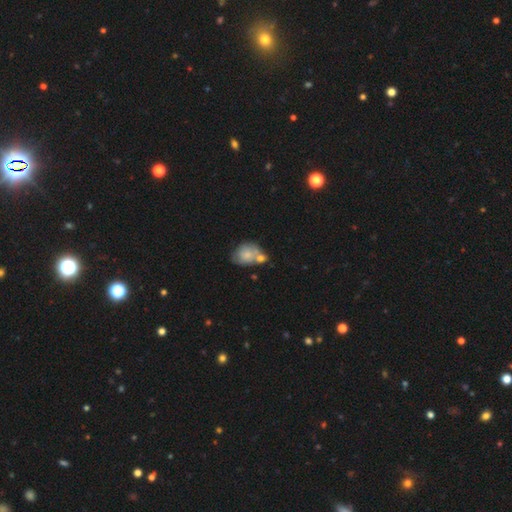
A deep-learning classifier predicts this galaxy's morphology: Smooth or featured? Predicted: smooth (p=0.64). How rounded? Predicted: in between (p=0.62). Merging? Predicted: merger (p=0.39).